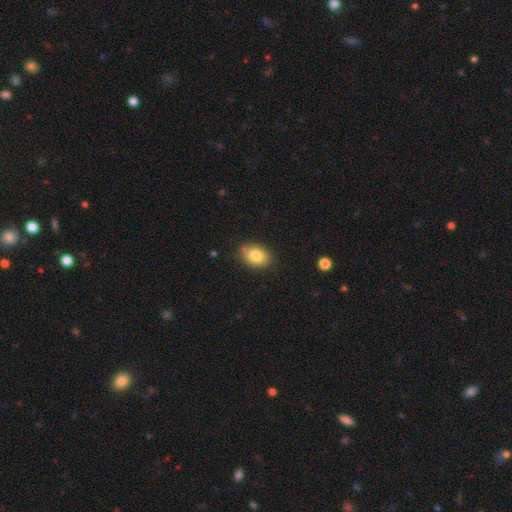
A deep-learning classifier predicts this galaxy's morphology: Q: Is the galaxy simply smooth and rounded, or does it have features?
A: smooth — 83%.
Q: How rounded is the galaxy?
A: in between — 69%.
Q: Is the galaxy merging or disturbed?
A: none — 82%.